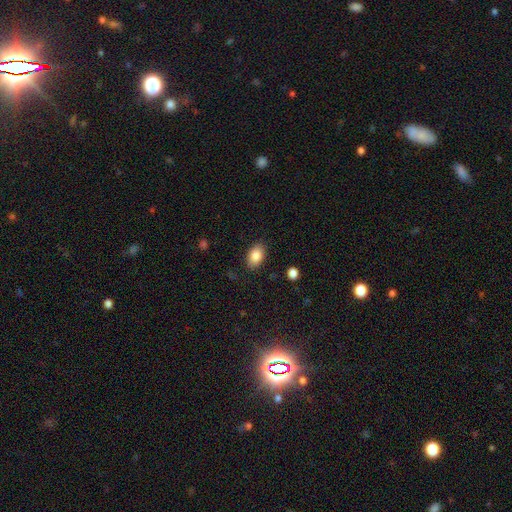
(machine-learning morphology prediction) Smooth or featured?
  - smooth: 85% *
  - star or artifact: 8%
  - featured or disk: 7%
How rounded?
  - in between: 90% *
  - round: 9%
  - cigar-shaped: 1%
Merging?
  - none: 86% *
  - minor disturbance: 10%
  - major disturbance: 3%
  - merger: 1%